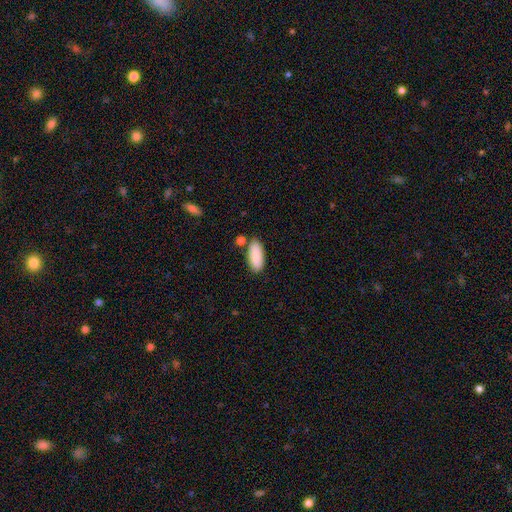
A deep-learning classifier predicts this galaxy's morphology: This appears to be a smooth galaxy with no disk features (88%) that is in between round and cigar-shaped (84%). Merging: none (78%).